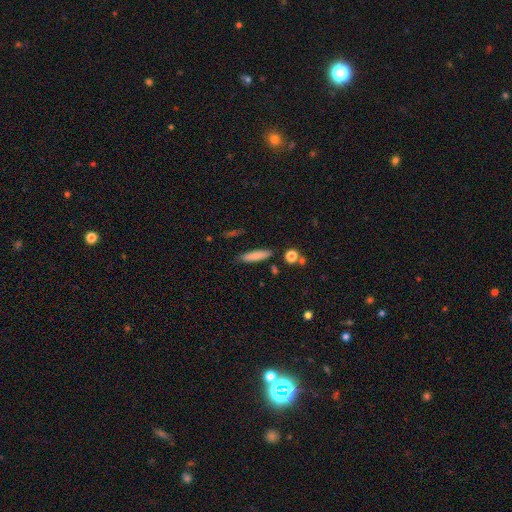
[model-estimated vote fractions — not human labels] This is clearly a smooth galaxy (82%). How rounded: likely cigar-shaped (75%). Merging: clearly none (84%).